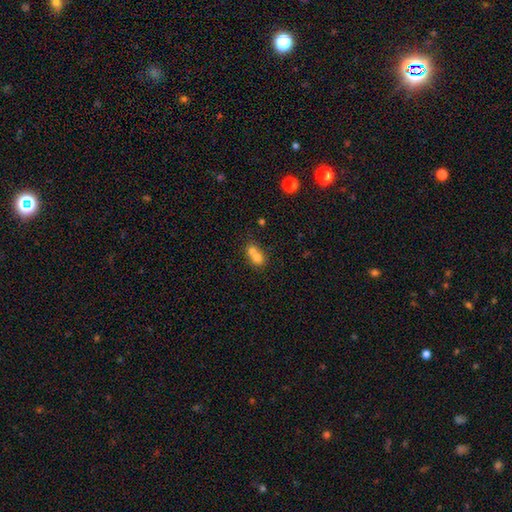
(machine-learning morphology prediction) smooth 71%, featured or disk 18%, star or artifact 11%. Down the decision tree: how rounded — round (64%); merging — merger (70%).